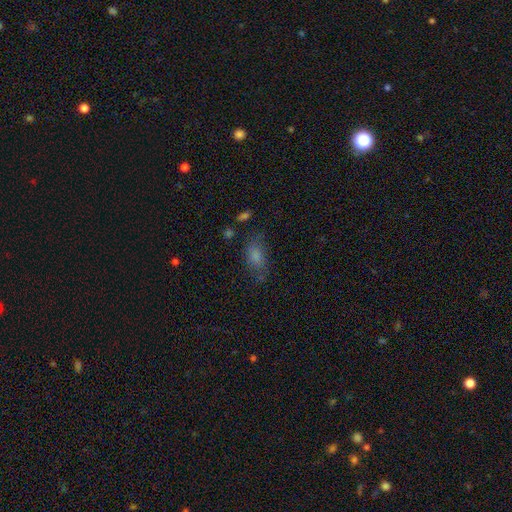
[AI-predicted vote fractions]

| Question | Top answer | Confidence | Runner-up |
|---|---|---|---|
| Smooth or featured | smooth | 77% | star or artifact (12%) |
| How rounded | in between | 86% | round (8%) |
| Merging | none | 60% | minor disturbance (23%) |